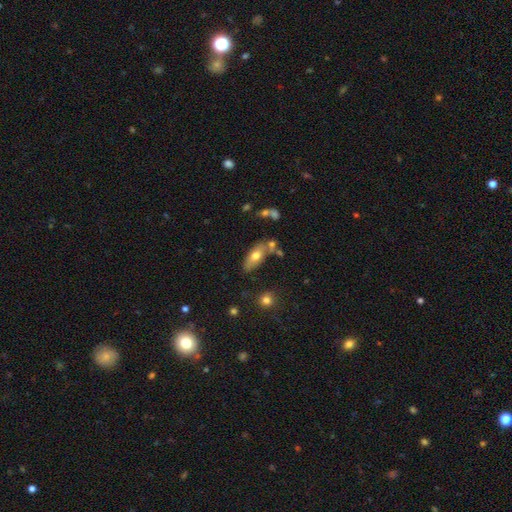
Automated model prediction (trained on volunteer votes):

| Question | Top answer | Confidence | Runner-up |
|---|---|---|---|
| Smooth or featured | smooth | 65% | featured or disk (27%) |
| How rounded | in between | 78% | cigar-shaped (19%) |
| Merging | none | 60% | minor disturbance (19%) |